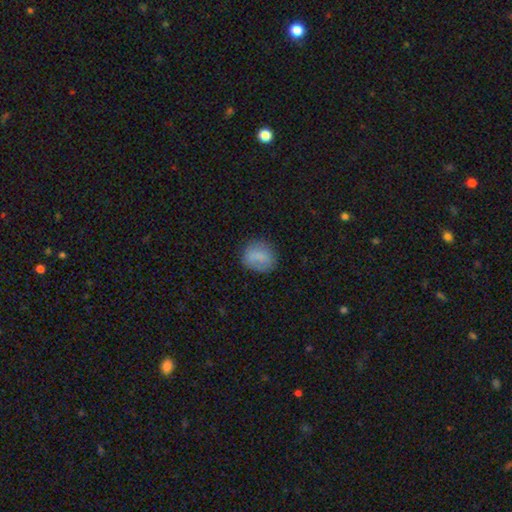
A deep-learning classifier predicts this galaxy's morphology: A smooth galaxy with no disk features (78%) that is round (67%). Merging: none (78%).